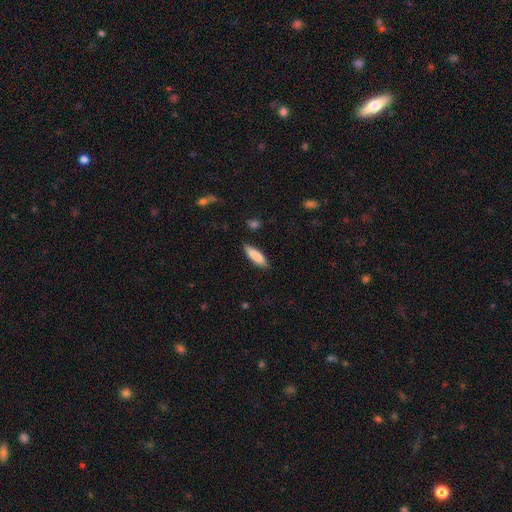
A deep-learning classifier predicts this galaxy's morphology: Smooth or featured?
  - smooth: 86% *
  - featured or disk: 8%
  - star or artifact: 6%
How rounded?
  - cigar-shaped: 53% *
  - in between: 45%
  - round: 2%
Merging?
  - none: 86% *
  - minor disturbance: 11%
  - major disturbance: 2%
  - merger: 1%